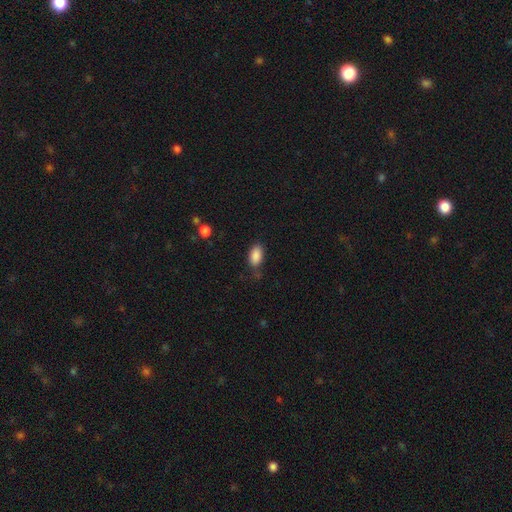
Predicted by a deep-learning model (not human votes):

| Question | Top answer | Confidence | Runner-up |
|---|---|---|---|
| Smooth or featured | smooth | 88% | star or artifact (8%) |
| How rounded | in between | 92% | round (5%) |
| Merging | none | 74% | minor disturbance (18%) |